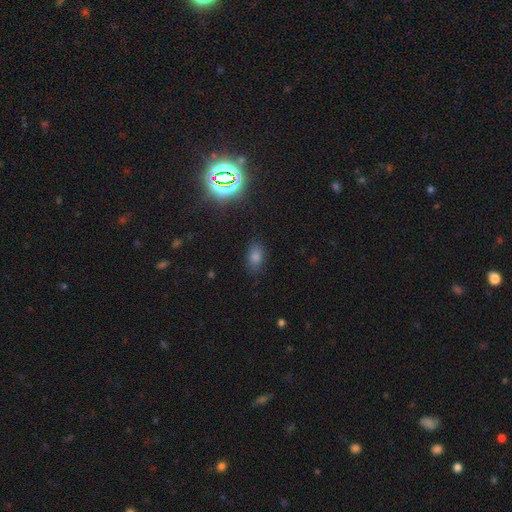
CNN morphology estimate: smooth 70%, star or artifact 22%, featured or disk 8%. Down the decision tree: how rounded — in between (84%); merging — none (82%).